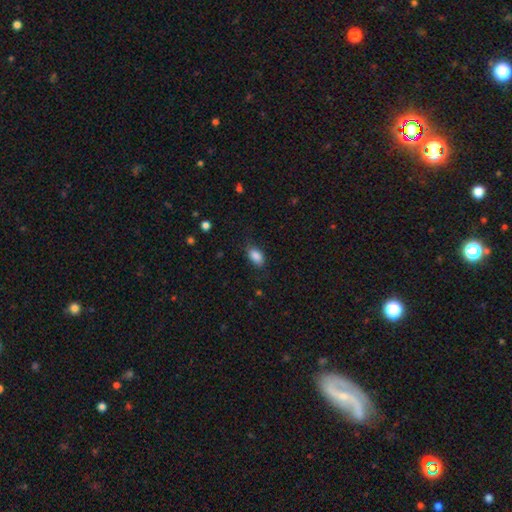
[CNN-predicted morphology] This appears to be a smooth galaxy with no disk features (88%) that is in between round and cigar-shaped (90%). Merging: none (79%).